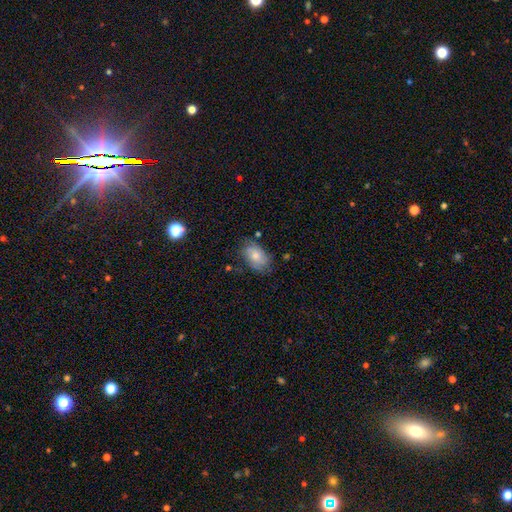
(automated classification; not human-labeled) Smooth or featured? smooth (71%)
How rounded? in between (88%)
Merging? none (68%)